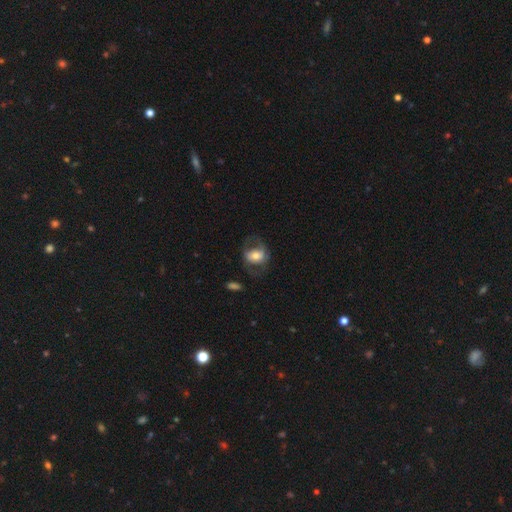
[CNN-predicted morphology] smooth-or-featured: featured or disk: 49% | smooth: 44% | star or artifact: 7%
  merging: none: 58% | major disturbance: 20% | minor disturbance: 19% | merger: 2%